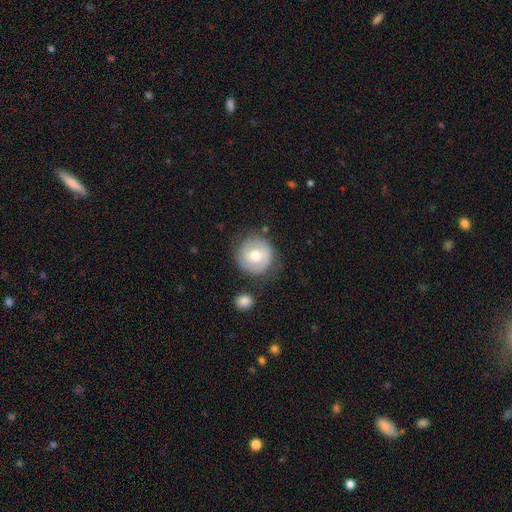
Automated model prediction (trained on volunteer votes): This appears to be a smooth galaxy with no disk features (49%). Merging: none (74%).